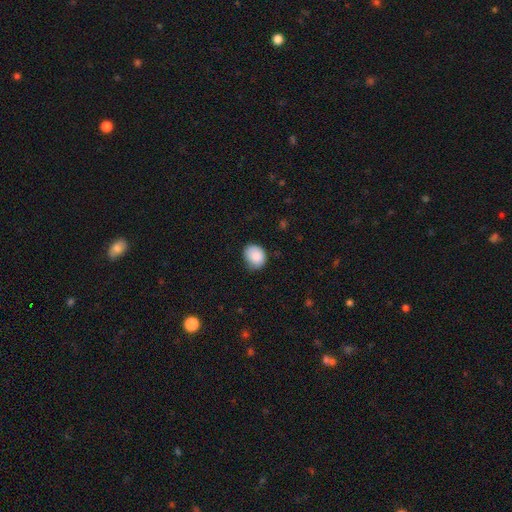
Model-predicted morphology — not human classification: A smooth galaxy with no disk features (87%) that is round (63%).

Vote fractions:
- Smooth or featured? smooth: 87% / star or artifact: 8% / featured or disk: 6%
- How rounded? round: 63% / in between: 37% / cigar-shaped: 1%
- Merging? none: 64% / minor disturbance: 30% / major disturbance: 5% / merger: 1%